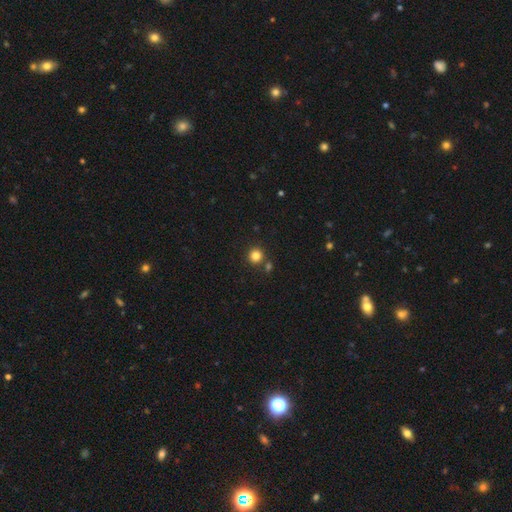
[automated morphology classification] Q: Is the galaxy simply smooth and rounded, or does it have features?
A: smooth — 83%.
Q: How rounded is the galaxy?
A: round — 93%.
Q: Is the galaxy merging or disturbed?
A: none — 83%.